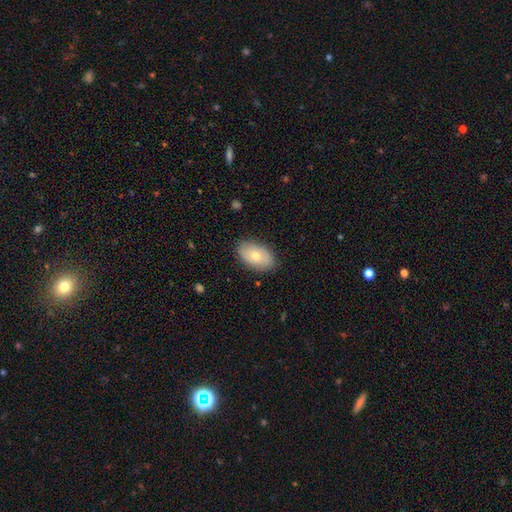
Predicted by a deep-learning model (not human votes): Smooth or featured?
  - smooth: 70% *
  - featured or disk: 23%
  - star or artifact: 7%
How rounded?
  - in between: 92% *
  - round: 6%
  - cigar-shaped: 1%
Merging?
  - none: 86% *
  - minor disturbance: 11%
  - major disturbance: 2%
  - merger: 1%